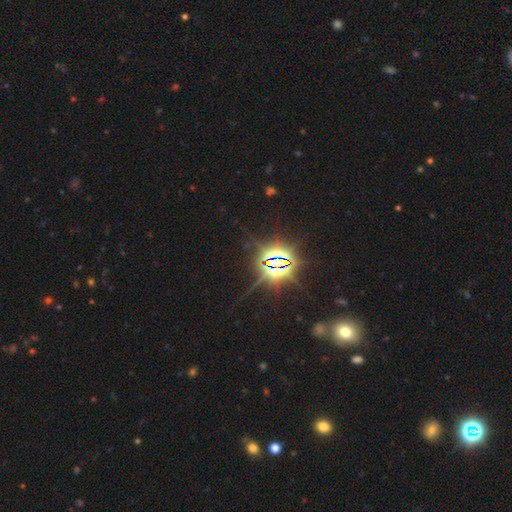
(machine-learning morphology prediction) The model was most divided on "smooth or featured": star or artifact: 80%, smooth: 13%, featured or disk: 7%.